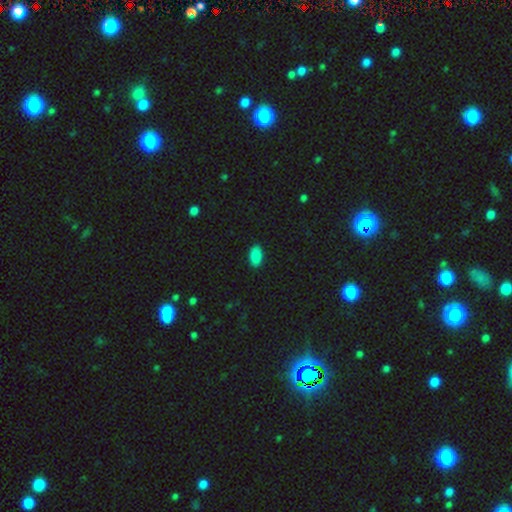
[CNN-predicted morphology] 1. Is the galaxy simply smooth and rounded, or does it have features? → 88% smooth, 8% star or artifact, 4% featured or disk.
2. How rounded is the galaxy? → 94% in between, 3% round, 2% cigar-shaped.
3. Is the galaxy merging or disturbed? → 89% none, 8% minor disturbance, 2% major disturbance, 1% merger.